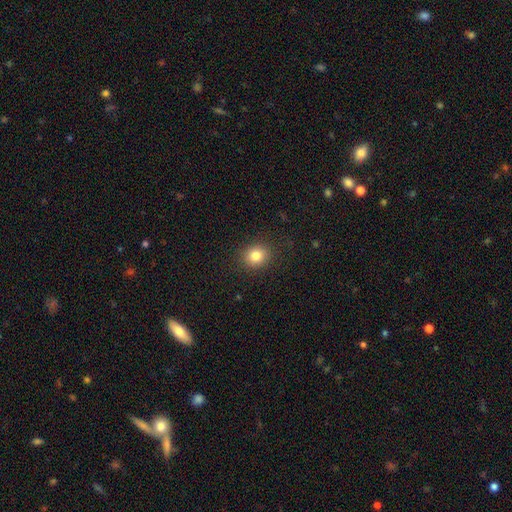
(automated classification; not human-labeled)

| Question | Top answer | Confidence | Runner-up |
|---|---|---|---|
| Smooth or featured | smooth | 82% | star or artifact (11%) |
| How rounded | round | 69% | in between (30%) |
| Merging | none | 88% | minor disturbance (8%) |